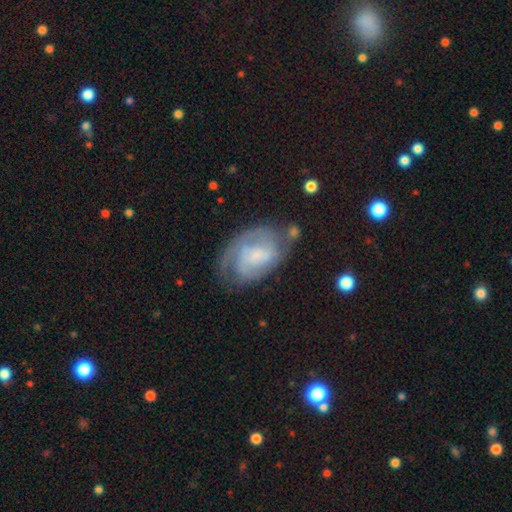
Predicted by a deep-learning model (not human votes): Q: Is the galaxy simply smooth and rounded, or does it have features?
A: featured or disk — 73%.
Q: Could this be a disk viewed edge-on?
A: no — 97%.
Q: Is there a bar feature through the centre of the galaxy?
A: no — 53%.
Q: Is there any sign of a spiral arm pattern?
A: yes — 89%.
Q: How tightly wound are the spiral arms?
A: tight — 49%.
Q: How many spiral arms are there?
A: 2 — 41%.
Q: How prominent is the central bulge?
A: small — 50%.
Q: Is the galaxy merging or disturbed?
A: none — 55%.